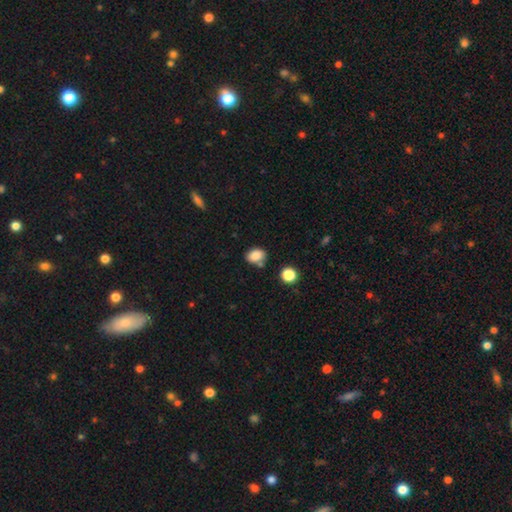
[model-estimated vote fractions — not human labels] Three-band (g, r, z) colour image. It shows a smooth galaxy with no disk features (85%) that is in between round and cigar-shaped (68%). Merging: none (64%).